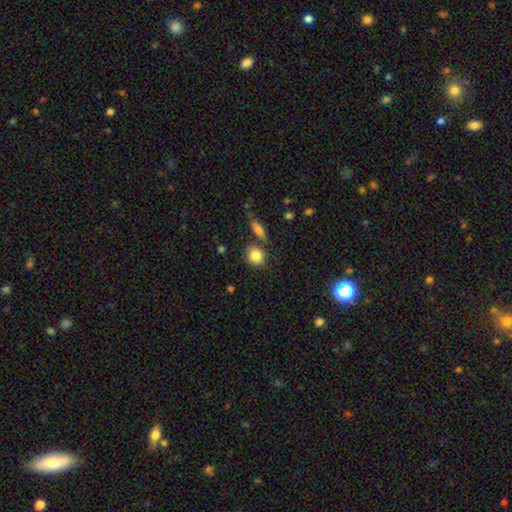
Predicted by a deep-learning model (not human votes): Overall: smooth (85%). How rounded: round (76%). Merging: none (68%).